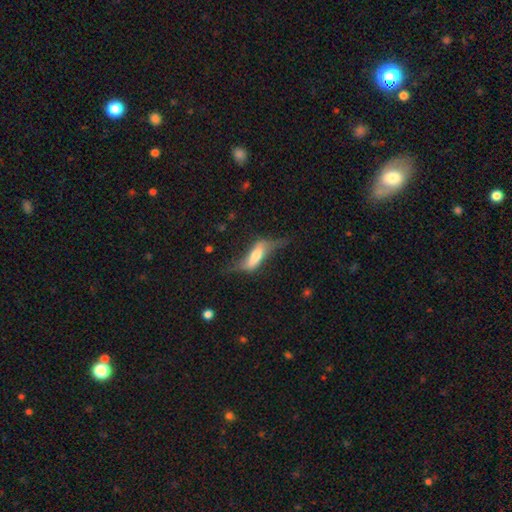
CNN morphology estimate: smooth-or-featured: featured or disk: 53% | smooth: 40% | star or artifact: 7%
  disk-edge-on: no: 62% | yes: 38%
  merging: none: 38% | major disturbance: 29% | minor disturbance: 29% | merger: 4%